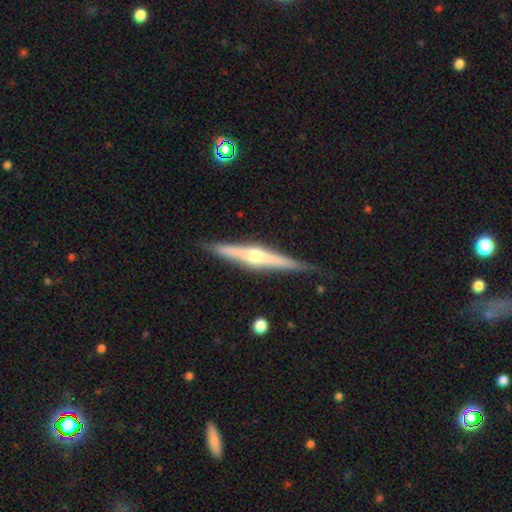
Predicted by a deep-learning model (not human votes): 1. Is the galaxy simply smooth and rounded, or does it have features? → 76% featured or disk, 19% smooth, 5% star or artifact.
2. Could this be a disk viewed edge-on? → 98% yes, 2% no.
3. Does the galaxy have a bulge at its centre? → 85% rounded, 8% boxy, 8% none.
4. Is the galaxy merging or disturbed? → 86% none, 10% minor disturbance, 2% major disturbance, 1% merger.